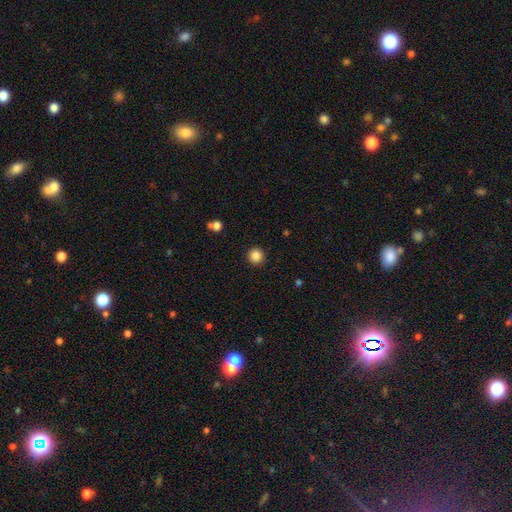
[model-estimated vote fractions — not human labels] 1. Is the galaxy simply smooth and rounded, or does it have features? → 85% smooth, 11% star or artifact, 4% featured or disk.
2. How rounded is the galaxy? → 95% round, 4% in between, 1% cigar-shaped.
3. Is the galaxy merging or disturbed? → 92% none, 5% minor disturbance, 2% major disturbance, 1% merger.